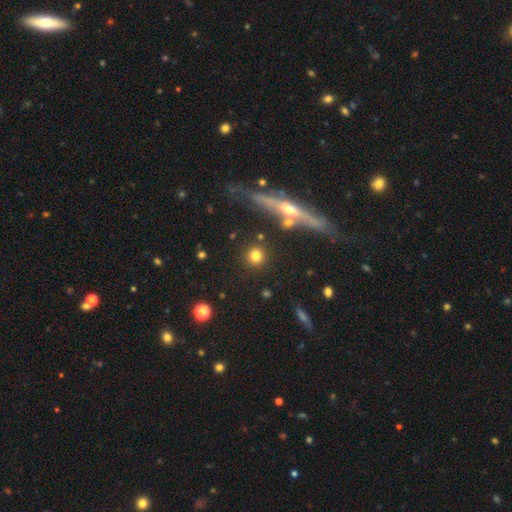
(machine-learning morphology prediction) smooth-or-featured: smooth: 76% | featured or disk: 12% | star or artifact: 12%
  how-rounded: round: 90% | in between: 8% | cigar-shaped: 2%
  merging: none: 86% | minor disturbance: 7% | merger: 5% | major disturbance: 3%